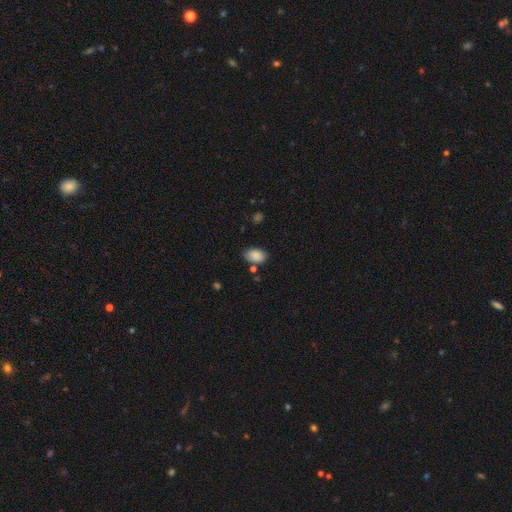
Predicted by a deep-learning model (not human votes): A smooth galaxy with no disk features (87%) that is in between round and cigar-shaped (90%). Merging: none (77%).